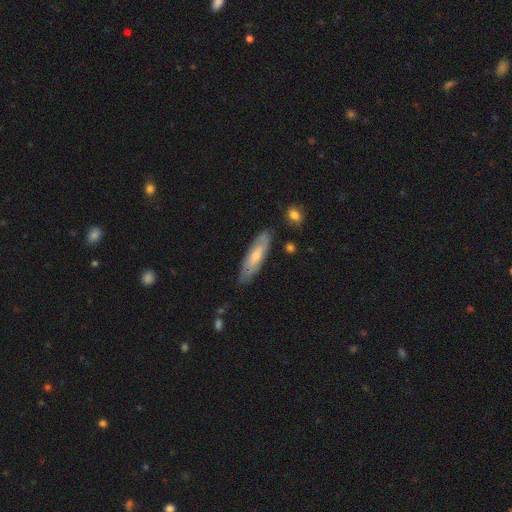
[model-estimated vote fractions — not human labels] The model was most divided on "smooth or featured": featured or disk: 51%, smooth: 43%, star or artifact: 6%. More confident: merging — none (79%); edge-on disk — no (61%).